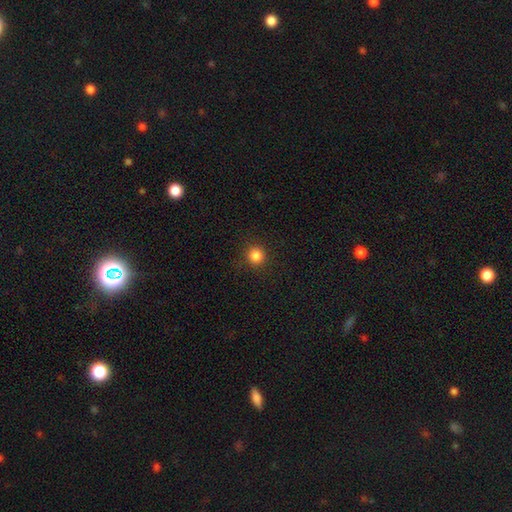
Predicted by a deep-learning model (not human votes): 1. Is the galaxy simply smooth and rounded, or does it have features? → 84% smooth, 12% star or artifact, 4% featured or disk.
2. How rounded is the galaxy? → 93% round, 6% in between, 1% cigar-shaped.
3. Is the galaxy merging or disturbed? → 89% none, 7% minor disturbance, 3% major disturbance, 1% merger.